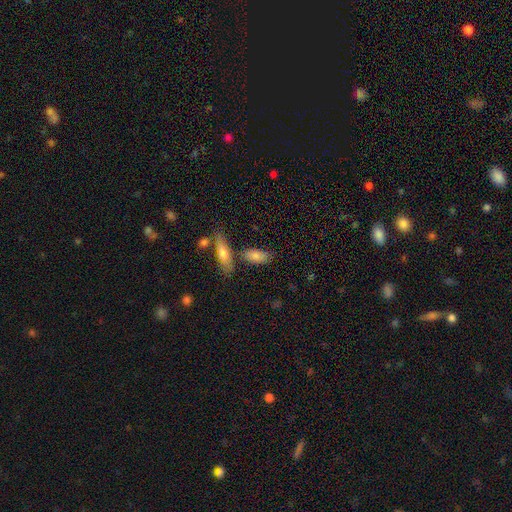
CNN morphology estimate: Smooth or featured? smooth (77%)
How rounded? in between (84%)
Merging? none (65%)